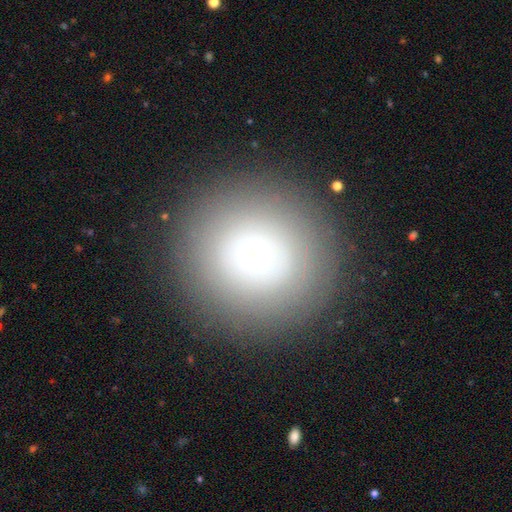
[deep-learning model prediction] Q: Smooth or featured?
A: smooth (72%); runner-up: featured or disk (15%)
Q: How rounded?
A: round (93%); runner-up: in between (6%)
Q: Merging?
A: none (88%); runner-up: minor disturbance (7%)